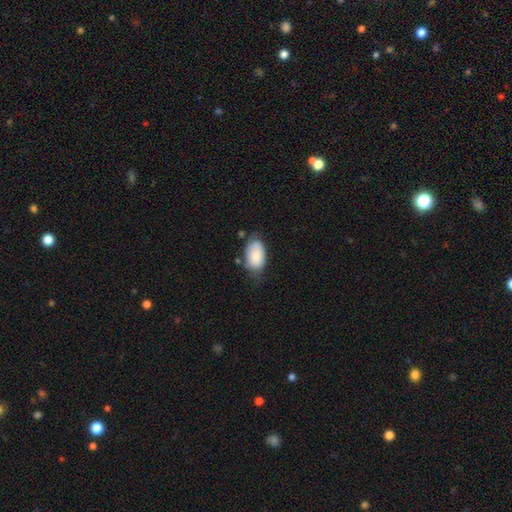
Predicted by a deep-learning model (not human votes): A smooth galaxy with no disk features (80%) that is in between round and cigar-shaped (93%). Merging: none (57%).